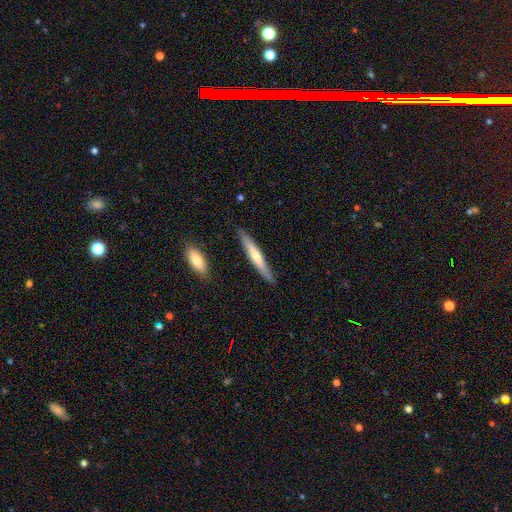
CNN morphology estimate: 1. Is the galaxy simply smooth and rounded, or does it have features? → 49% smooth, 45% featured or disk, 6% star or artifact.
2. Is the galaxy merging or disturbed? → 86% none, 10% minor disturbance, 2% merger, 2% major disturbance.